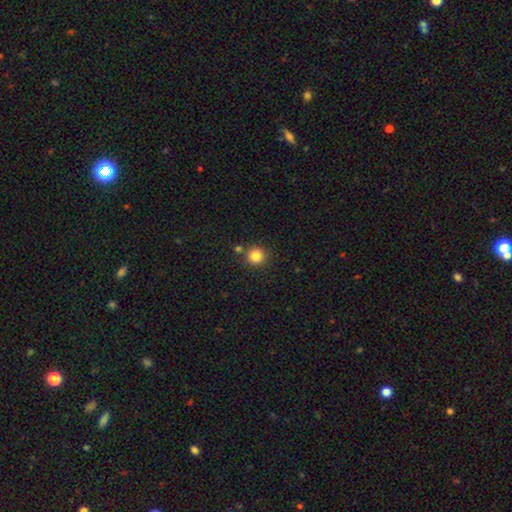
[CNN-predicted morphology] Smooth or featured: smooth — 84% (star or artifact — 12%)
How rounded: round — 93% (in between — 6%)
Merging: none — 82% (merger — 8%)